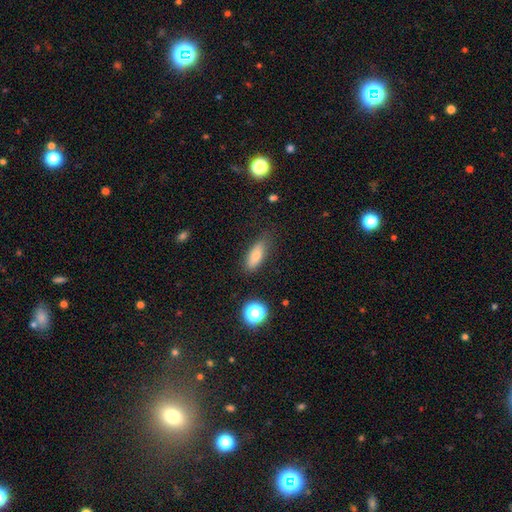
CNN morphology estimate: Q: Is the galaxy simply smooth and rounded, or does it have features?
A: smooth — 79%.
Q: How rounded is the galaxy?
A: in between — 70%.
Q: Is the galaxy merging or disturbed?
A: none — 77%.